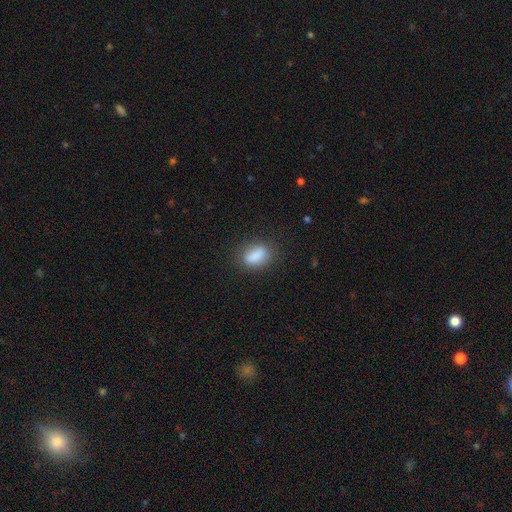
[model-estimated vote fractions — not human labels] This is clearly a smooth galaxy (85%). How rounded: clearly in between (81%). Merging: clearly none (80%).